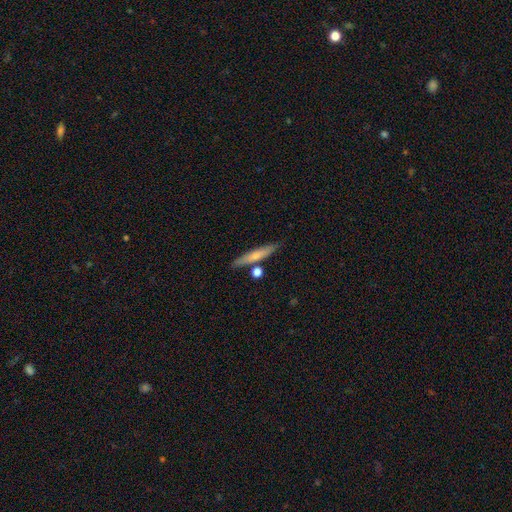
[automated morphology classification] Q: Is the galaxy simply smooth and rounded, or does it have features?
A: smooth — 64%.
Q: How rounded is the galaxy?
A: cigar-shaped — 90%.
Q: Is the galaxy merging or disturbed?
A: none — 79%.